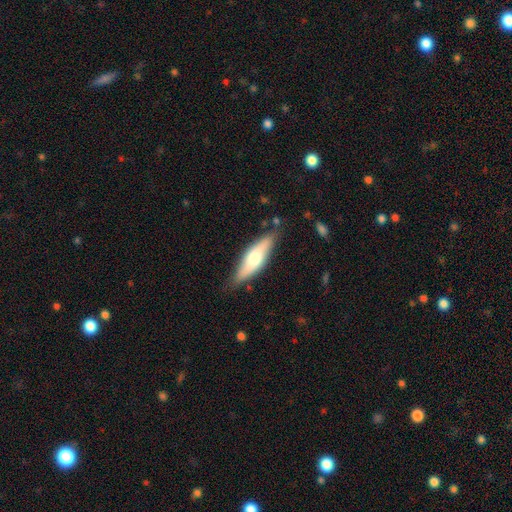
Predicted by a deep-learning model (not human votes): A smooth galaxy with no disk features (49%). Merging: none (79%).